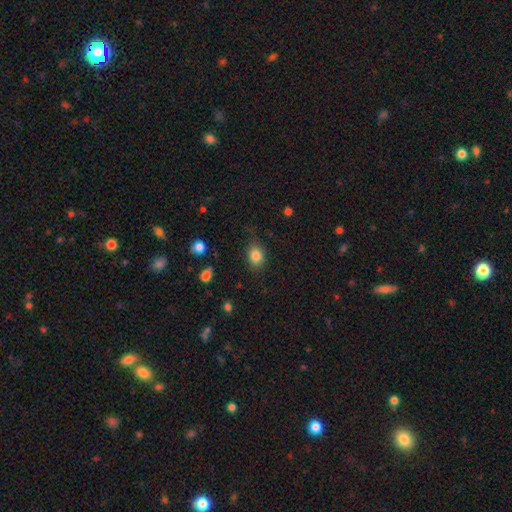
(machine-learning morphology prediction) type=smooth (83%); roundness=in between (63%); merging=none (77%).